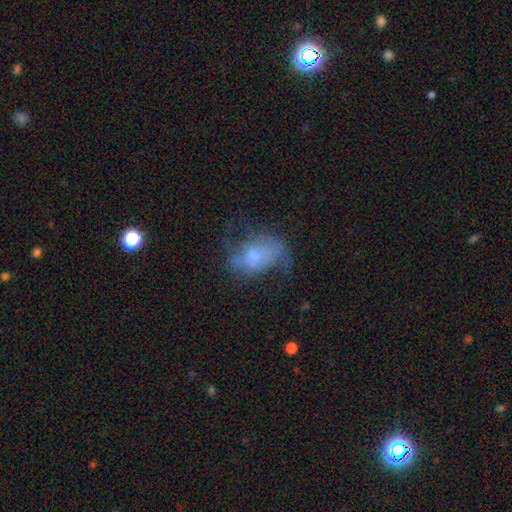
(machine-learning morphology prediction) Smooth or featured: smooth — 44% (tied with featured or disk — 44%)
Merging: none — 38% (major disturbance — 33%)